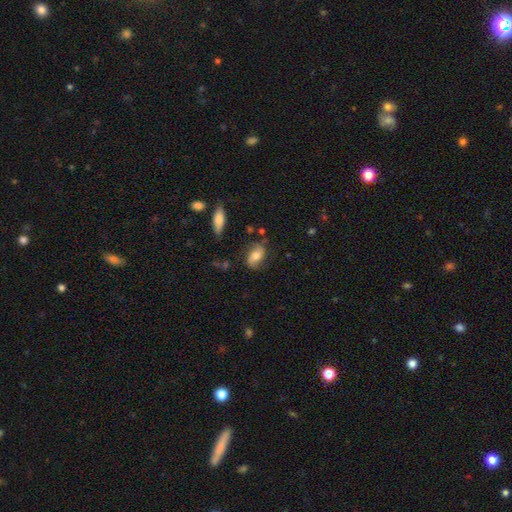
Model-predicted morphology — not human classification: This is possibly a featured or disk galaxy (47%). Merging: likely none (66%).